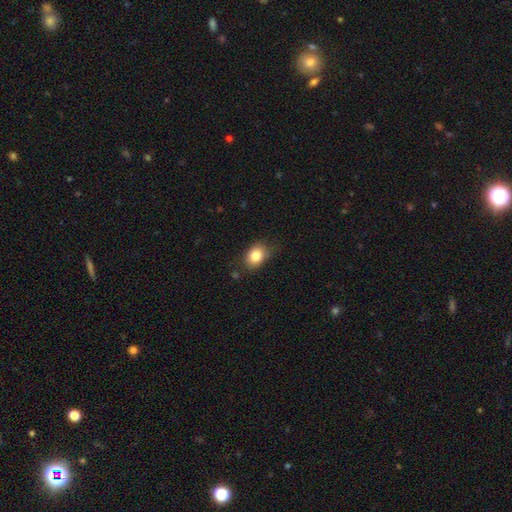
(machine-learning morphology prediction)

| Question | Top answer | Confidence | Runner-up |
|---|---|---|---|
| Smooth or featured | smooth | 82% | star or artifact (9%) |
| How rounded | in between | 64% | round (35%) |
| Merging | none | 74% | minor disturbance (20%) |